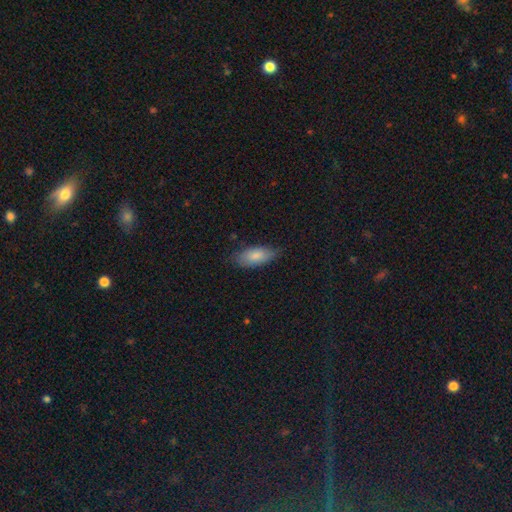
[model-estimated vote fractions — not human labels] This appears to be a smooth galaxy with no disk features (83%) that is in between round and cigar-shaped (85%). Merging: none (76%).